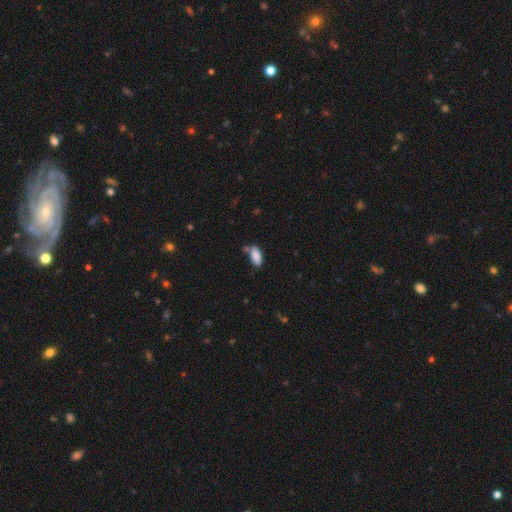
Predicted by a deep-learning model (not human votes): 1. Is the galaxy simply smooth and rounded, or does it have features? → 86% smooth, 7% star or artifact, 6% featured or disk.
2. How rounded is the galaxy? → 91% in between, 6% cigar-shaped, 2% round.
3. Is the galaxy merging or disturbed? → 61% none, 21% minor disturbance, 13% merger, 5% major disturbance.